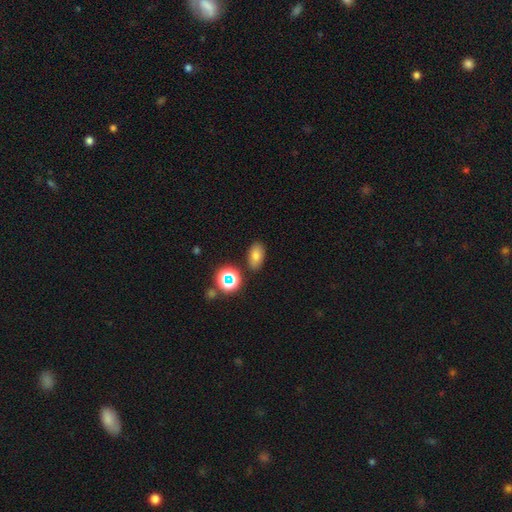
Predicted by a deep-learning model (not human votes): The model was most divided on "smooth or featured": smooth: 73%, star or artifact: 17%, featured or disk: 10%. More confident: how rounded — in between (86%); merging — none (84%).